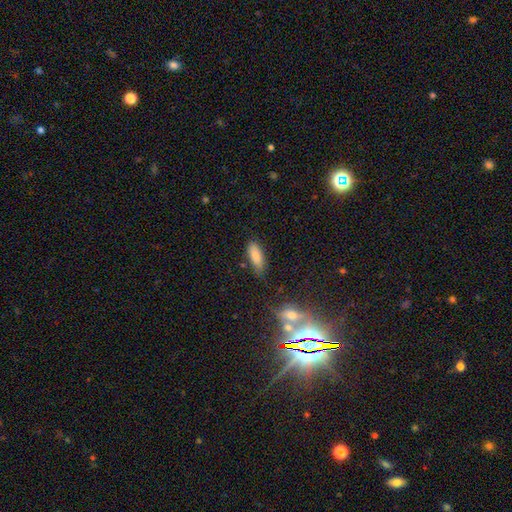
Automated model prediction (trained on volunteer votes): Smooth or featured? smooth (85%)
How rounded? in between (67%)
Merging? none (74%)